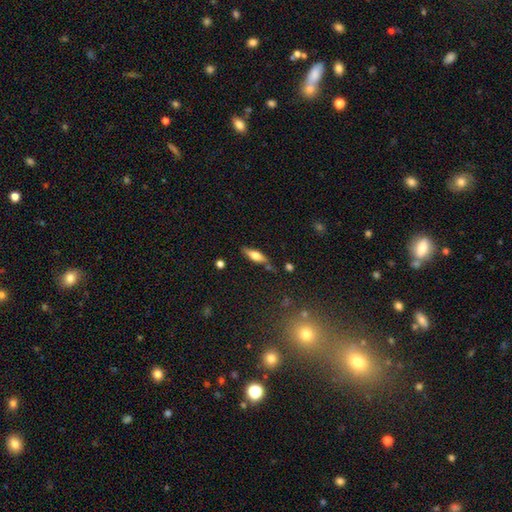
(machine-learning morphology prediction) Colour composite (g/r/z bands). It shows a smooth galaxy with no disk features (55%) that is cigar-shaped (49%). Merging: none (76%).